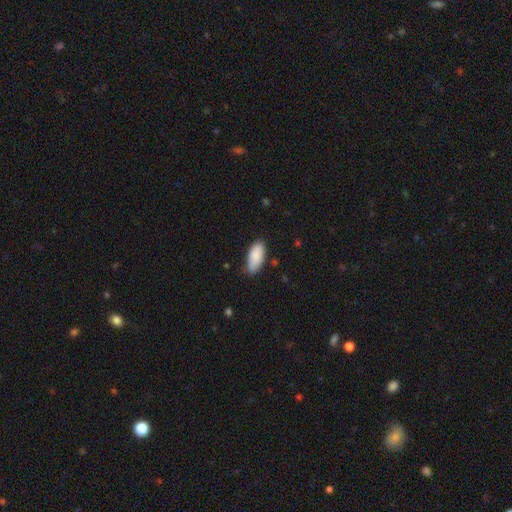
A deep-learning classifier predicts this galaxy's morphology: Q: Smooth or featured?
A: smooth (88%); runner-up: featured or disk (6%)
Q: How rounded?
A: in between (87%); runner-up: cigar-shaped (11%)
Q: Merging?
A: none (78%); runner-up: minor disturbance (18%)